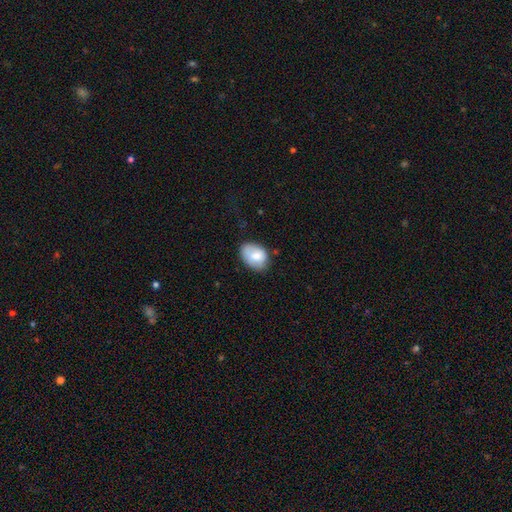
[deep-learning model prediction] A smooth galaxy with no disk features (81%) that is in between round and cigar-shaped (79%).

Vote fractions:
- Smooth or featured? smooth: 81% / featured or disk: 12% / star or artifact: 7%
- How rounded? in between: 79% / round: 20% / cigar-shaped: 1%
- Merging? none: 60% / minor disturbance: 30% / major disturbance: 8% / merger: 2%